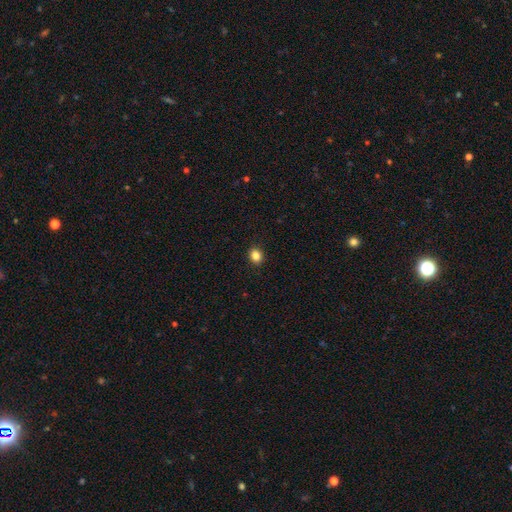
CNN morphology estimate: type=smooth (85%); roundness=round (63%); merging=none (91%).